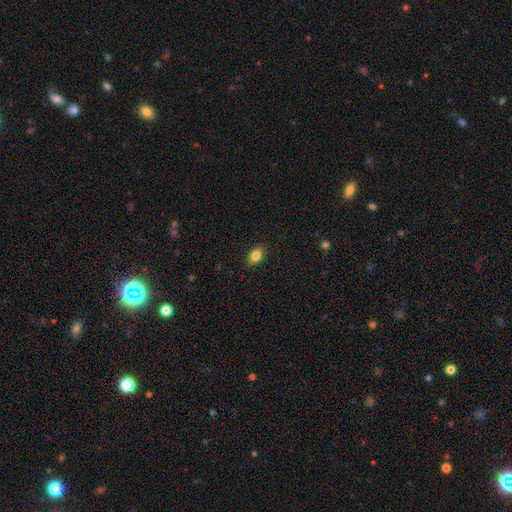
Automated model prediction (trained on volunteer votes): Smooth or featured: smooth — 84% (star or artifact — 9%)
How rounded: in between — 85% (round — 11%)
Merging: none — 87% (minor disturbance — 10%)